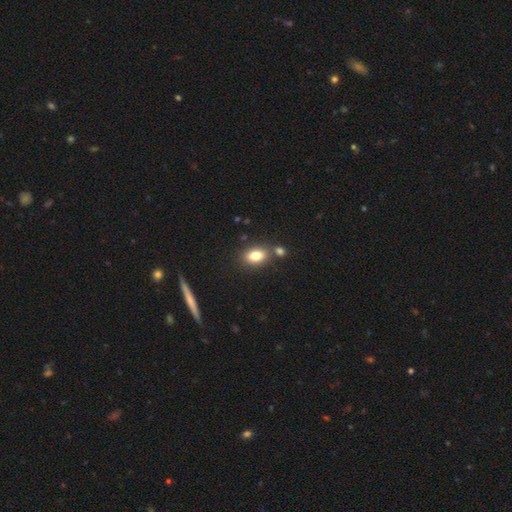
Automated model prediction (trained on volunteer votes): Overall: smooth (81%). How rounded: in between (85%). Merging: none (68%).